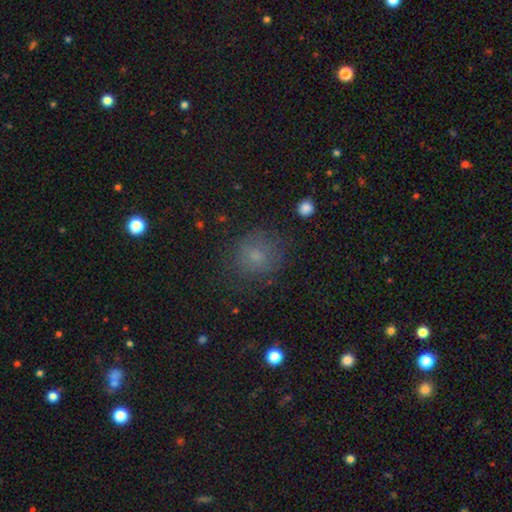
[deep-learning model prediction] The model was most divided on "smooth or featured": smooth: 70%, star or artifact: 16%, featured or disk: 13%. More confident: how rounded — round (83%); merging — none (72%).